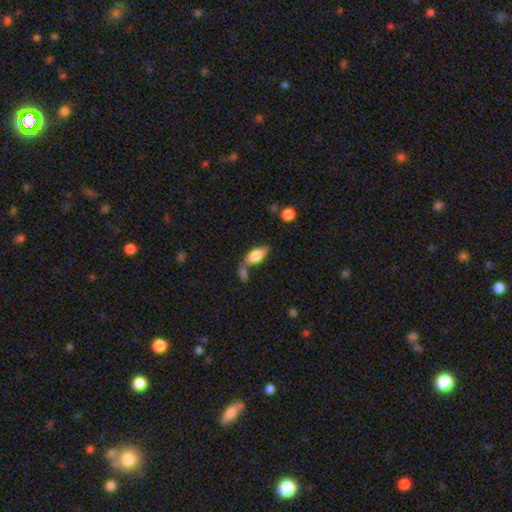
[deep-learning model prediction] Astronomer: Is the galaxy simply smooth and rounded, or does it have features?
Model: smooth — 72%.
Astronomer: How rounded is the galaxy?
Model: in between — 80%.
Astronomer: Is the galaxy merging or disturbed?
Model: none — 57%.